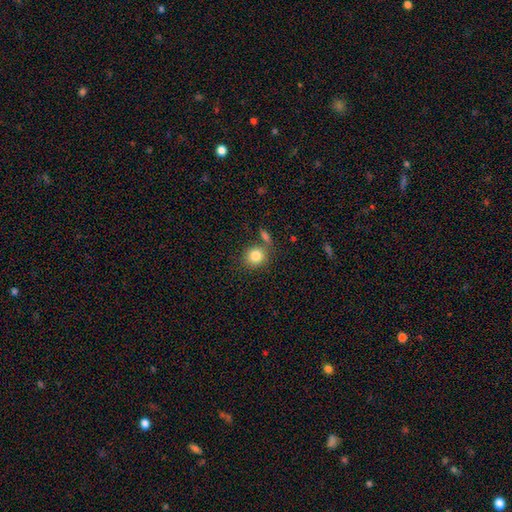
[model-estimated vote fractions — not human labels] A smooth galaxy with no disk features (84%) that is round (81%). Merging: none (69%).